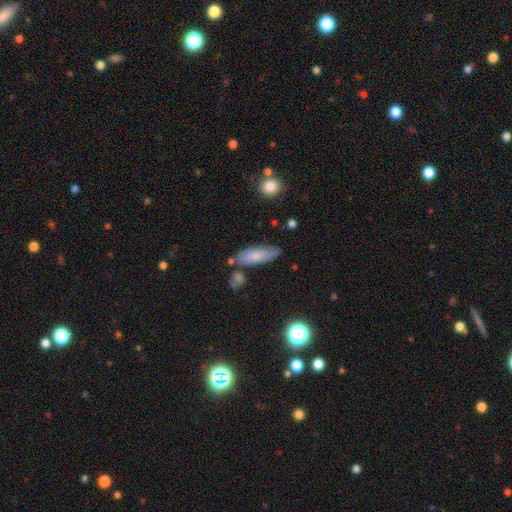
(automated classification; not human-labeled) The model was most divided on "how rounded": in between: 63%, cigar-shaped: 34%, round: 2%. More confident: smooth or featured — smooth (71%); merging — none (70%).